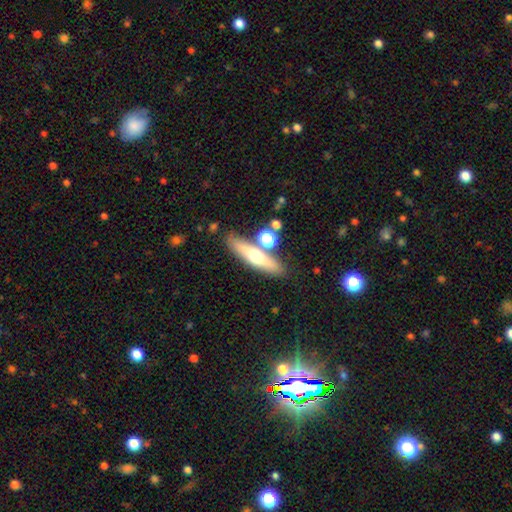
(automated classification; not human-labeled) smooth_or_featured: smooth (p=0.49) [alt: featured or disk p=0.43]
merging: none (p=0.76) [alt: minor disturbance p=0.10]